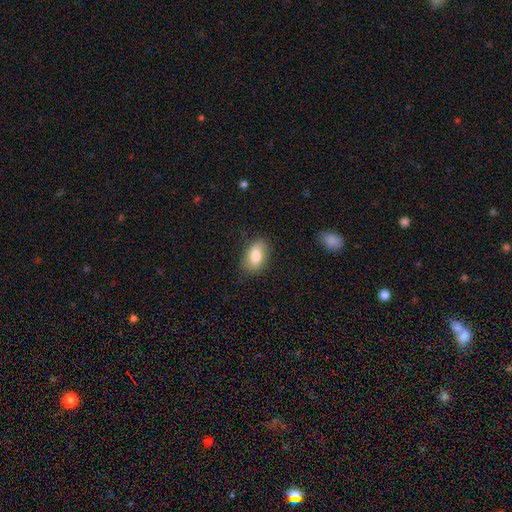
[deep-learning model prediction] Morphology: type=smooth (82%); roundness=in between (89%); merging=none (80%).